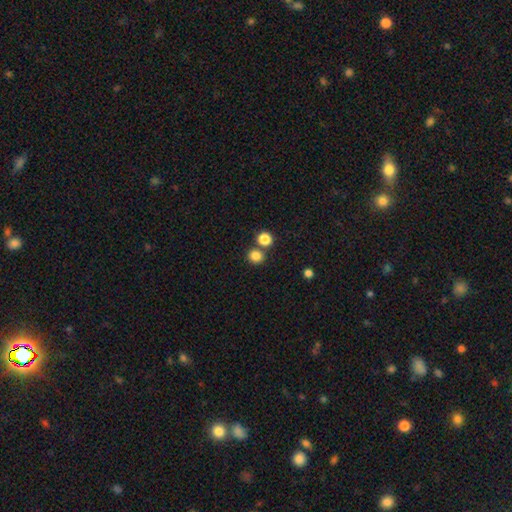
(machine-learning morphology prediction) This is clearly a smooth galaxy (83%). How rounded: clearly round (87%). Merging: likely none (71%).